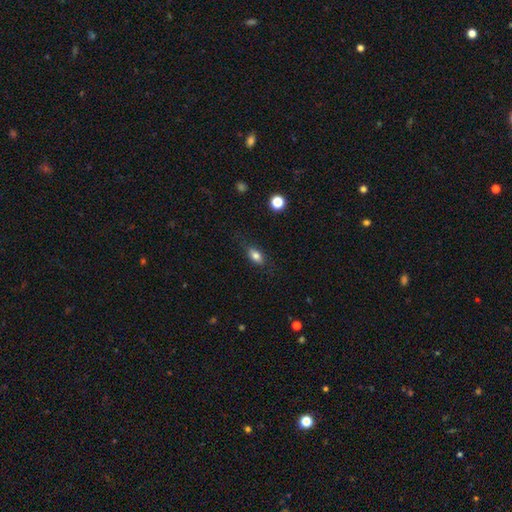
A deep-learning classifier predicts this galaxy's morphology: Smooth or featured: smooth — 79% (featured or disk — 12%)
How rounded: in between — 83% (round — 9%)
Merging: none — 79% (minor disturbance — 15%)